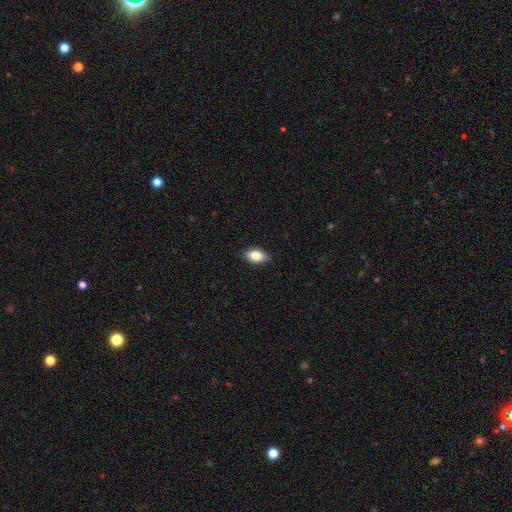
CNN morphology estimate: type=smooth (84%); roundness=in between (89%); merging=none (86%).